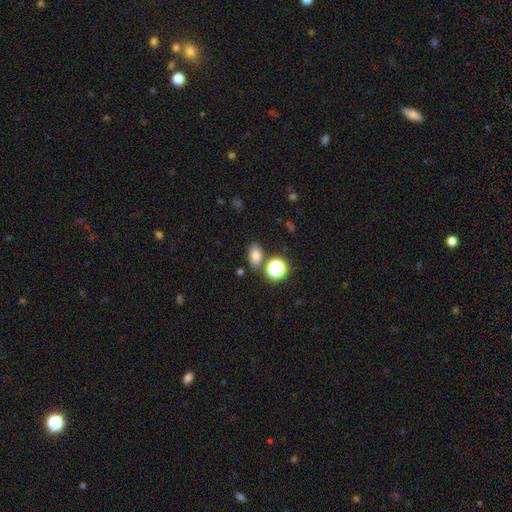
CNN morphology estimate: Smooth or featured?
  - smooth: 75% *
  - star or artifact: 16%
  - featured or disk: 9%
How rounded?
  - in between: 79% *
  - round: 19%
  - cigar-shaped: 2%
Merging?
  - none: 78% *
  - minor disturbance: 10%
  - merger: 9%
  - major disturbance: 3%